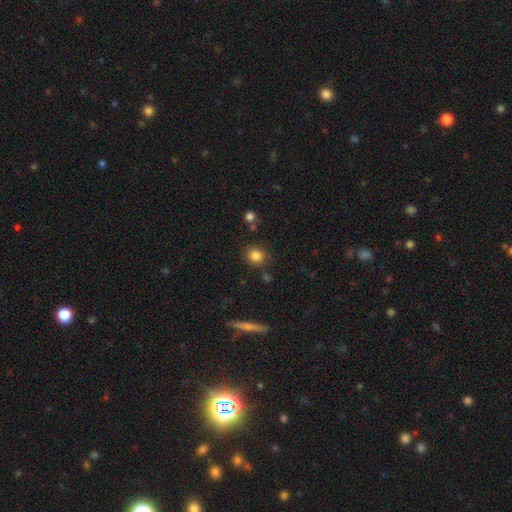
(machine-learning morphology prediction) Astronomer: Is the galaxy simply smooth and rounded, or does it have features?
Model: smooth — 83%.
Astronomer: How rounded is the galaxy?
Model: round — 77%.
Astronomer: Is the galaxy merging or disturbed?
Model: none — 83%.